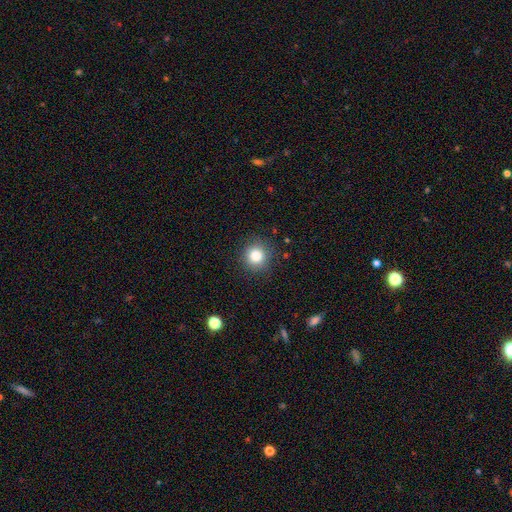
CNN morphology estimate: Overall: smooth (83%). How rounded: round (91%). Merging: none (87%).